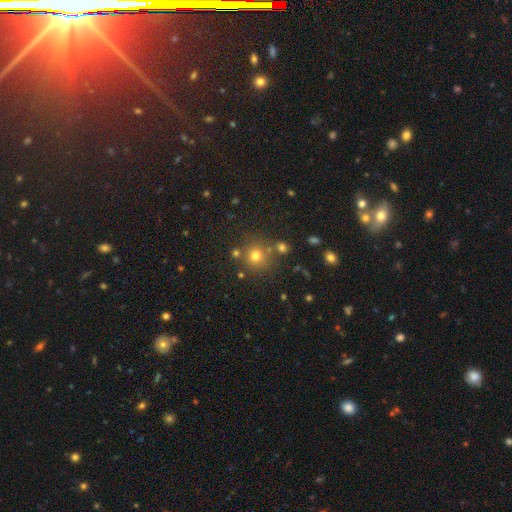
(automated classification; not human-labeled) This is likely a smooth galaxy (72%). How rounded: clearly round (92%). Merging: likely none (78%).